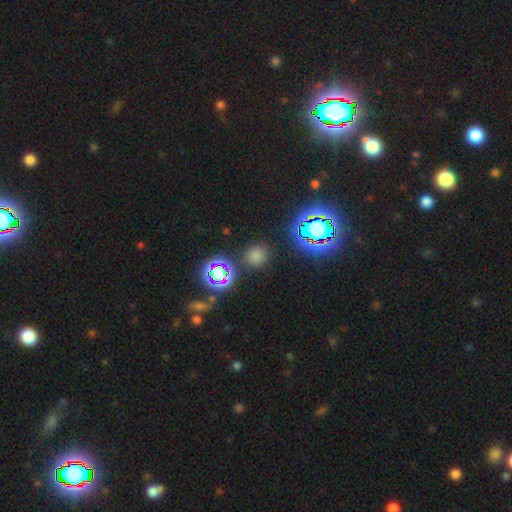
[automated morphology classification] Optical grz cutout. It shows a smooth galaxy with no disk features (57%) that is round (91%). Merging: none (86%).